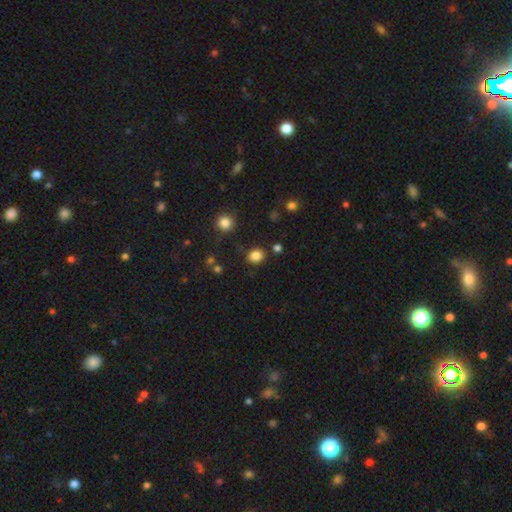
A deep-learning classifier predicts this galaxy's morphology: Smooth or featured? smooth (84%)
How rounded? round (69%)
Merging? none (84%)